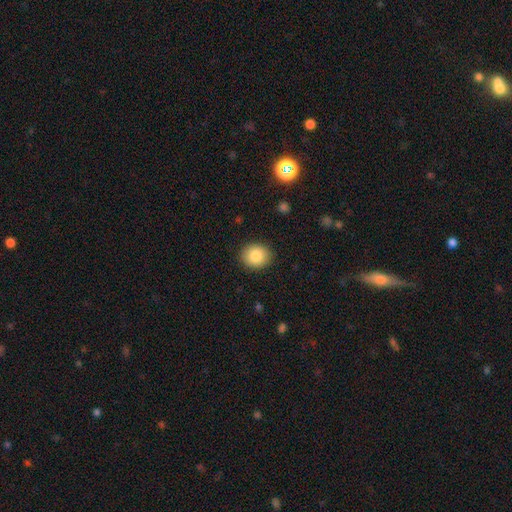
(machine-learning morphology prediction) Smooth or featured? smooth (86%)
How rounded? round (74%)
Merging? none (90%)